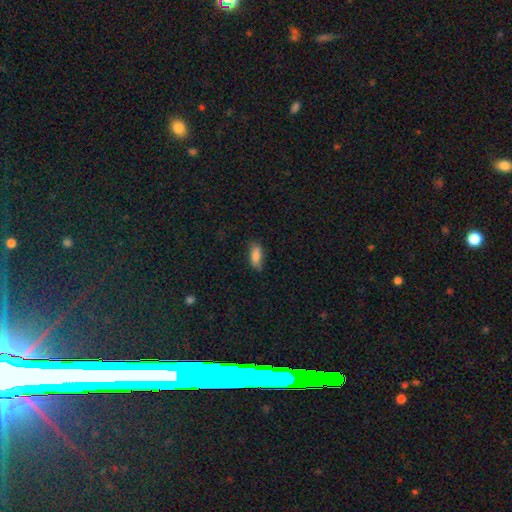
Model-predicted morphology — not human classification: Smooth or featured?
  - smooth: 84% *
  - featured or disk: 9%
  - star or artifact: 7%
How rounded?
  - in between: 80% *
  - cigar-shaped: 18%
  - round: 2%
Merging?
  - none: 78% *
  - minor disturbance: 17%
  - major disturbance: 4%
  - merger: 1%